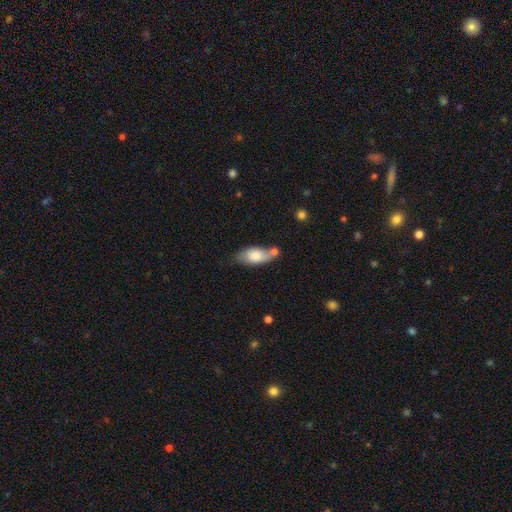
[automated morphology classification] Smooth or featured?
  - smooth: 76% *
  - featured or disk: 17%
  - star or artifact: 6%
How rounded?
  - in between: 86% *
  - cigar-shaped: 11%
  - round: 4%
Merging?
  - none: 49% *
  - minor disturbance: 23%
  - merger: 21%
  - major disturbance: 7%